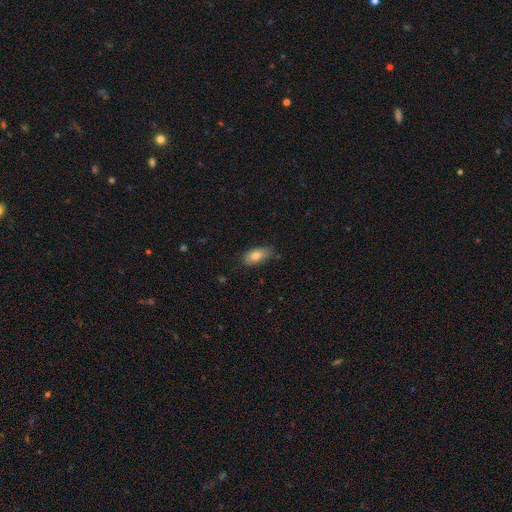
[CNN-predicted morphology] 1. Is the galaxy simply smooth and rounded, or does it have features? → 79% smooth, 14% featured or disk, 7% star or artifact.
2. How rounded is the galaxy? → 89% in between, 6% cigar-shaped, 4% round.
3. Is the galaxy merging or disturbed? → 71% none, 23% minor disturbance, 4% major disturbance, 2% merger.